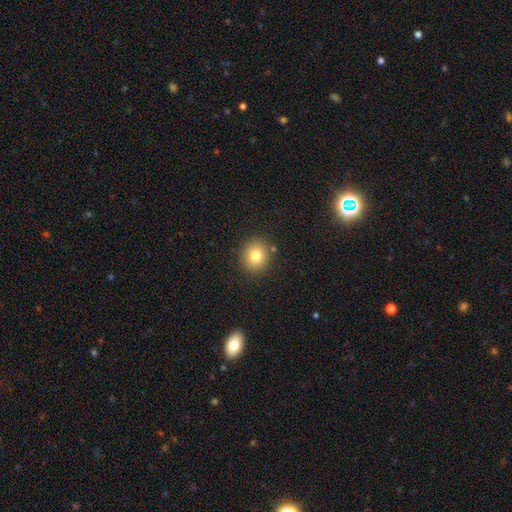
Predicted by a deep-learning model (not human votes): Morphology: type=smooth (80%); roundness=round (80%); merging=none (86%).